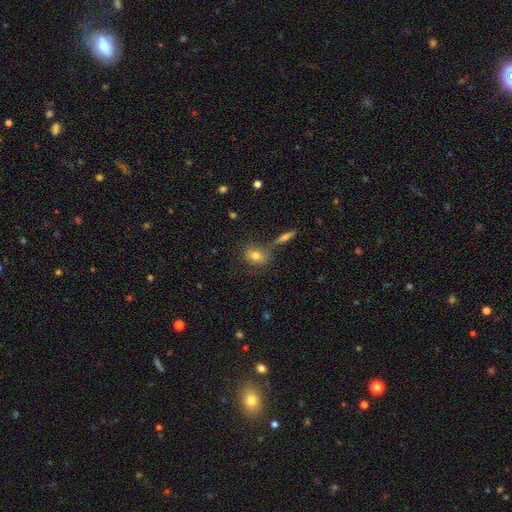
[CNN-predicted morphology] Overall: smooth (75%). How rounded: in between (52%; round 44%). Merging: none (62%).